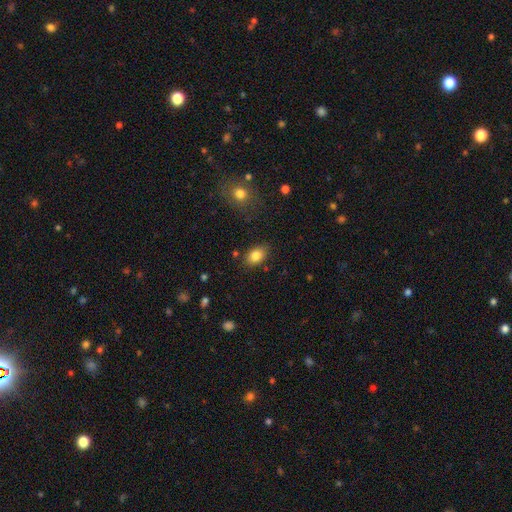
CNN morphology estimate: type=smooth (84%); roundness=in between (80%); merging=none (81%).